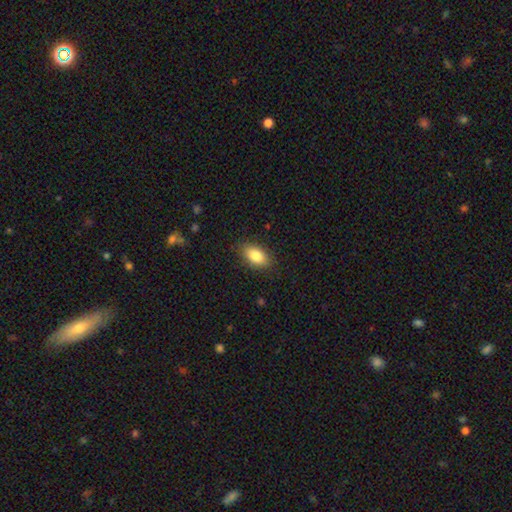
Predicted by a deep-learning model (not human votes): Smooth or featured? Predicted: smooth (p=0.85). How rounded? Predicted: in between (p=0.91). Merging? Predicted: none (p=0.86).